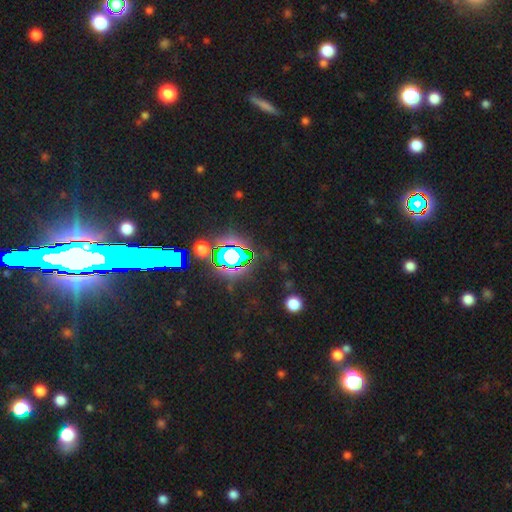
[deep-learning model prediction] Smooth or featured: star or artifact — 78% (smooth — 11%)